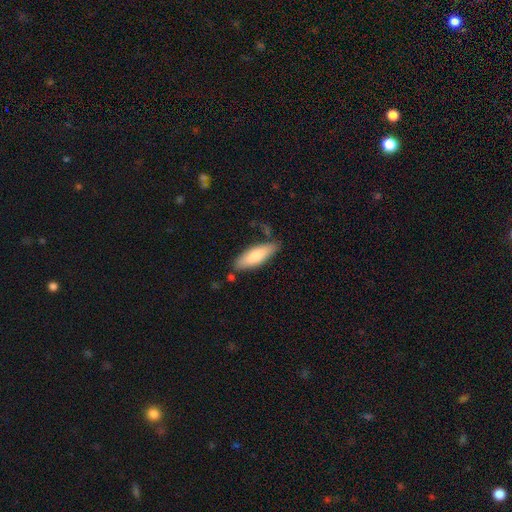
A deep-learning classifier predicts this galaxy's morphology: A smooth galaxy with no disk features (78%) that is in between round and cigar-shaped (57%).

Vote fractions:
- Smooth or featured? smooth: 78% / featured or disk: 16% / star or artifact: 5%
- How rounded? in between: 57% / cigar-shaped: 42% / round: 2%
- Merging? none: 75% / minor disturbance: 17% / merger: 4% / major disturbance: 4%